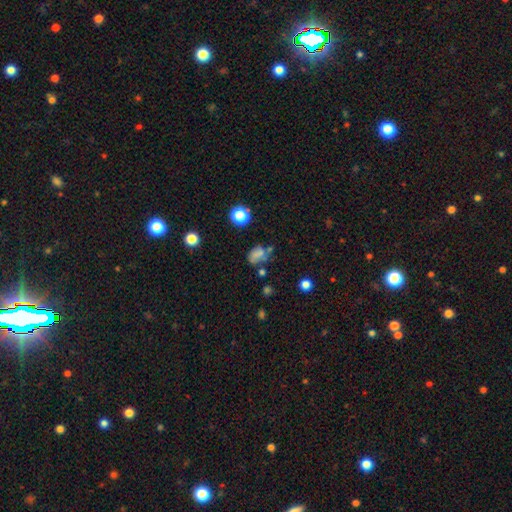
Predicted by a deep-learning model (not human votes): Smooth or featured?
  - smooth: 59% *
  - star or artifact: 21%
  - featured or disk: 20%
How rounded?
  - in between: 64% *
  - round: 34%
  - cigar-shaped: 2%
Merging?
  - none: 42% *
  - minor disturbance: 24%
  - major disturbance: 17%
  - merger: 16%